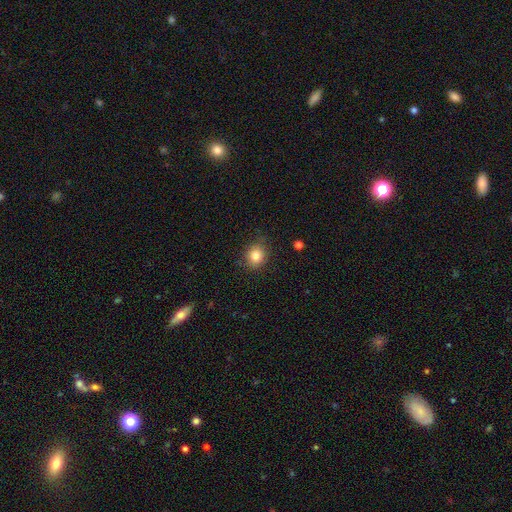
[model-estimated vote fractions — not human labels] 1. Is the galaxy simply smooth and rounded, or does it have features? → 84% smooth, 10% star or artifact, 6% featured or disk.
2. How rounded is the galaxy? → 74% round, 26% in between, 1% cigar-shaped.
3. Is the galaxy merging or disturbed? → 83% none, 13% minor disturbance, 3% major disturbance, 1% merger.